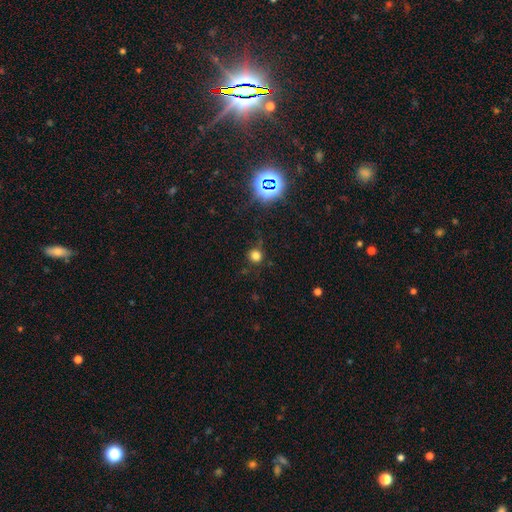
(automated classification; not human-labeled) Smooth or featured? Predicted: smooth (p=0.70). How rounded? Predicted: round (p=0.91). Merging? Predicted: none (p=0.76).